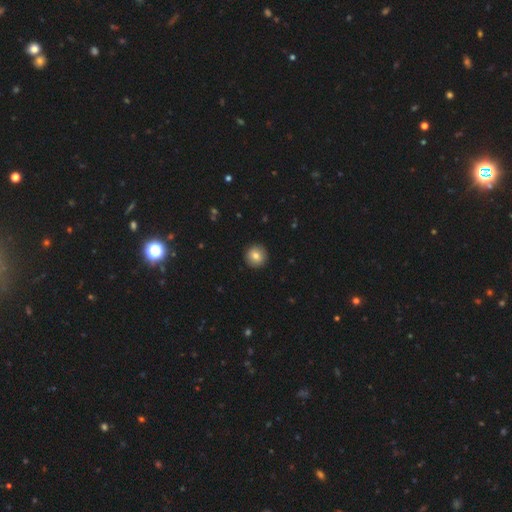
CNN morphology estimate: A smooth galaxy with no disk features (81%) that is round (95%).

Vote fractions:
- Smooth or featured? smooth: 81% / featured or disk: 10% / star or artifact: 8%
- How rounded? round: 95% / in between: 4% / cigar-shaped: 1%
- Merging? none: 93% / minor disturbance: 4% / major disturbance: 1% / merger: 1%